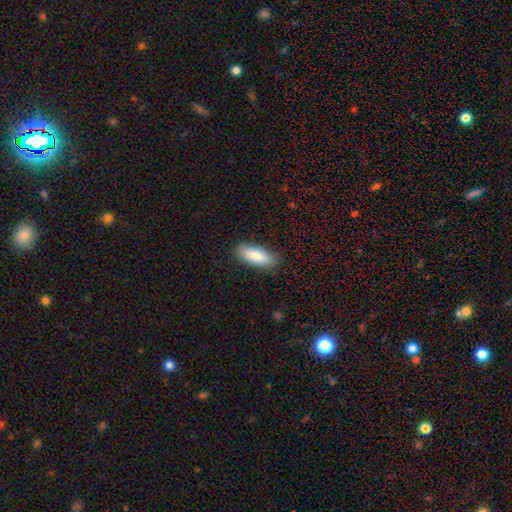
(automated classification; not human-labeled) This appears to be a smooth galaxy with no disk features (84%) that is in between round and cigar-shaped (71%). Merging: none (87%).